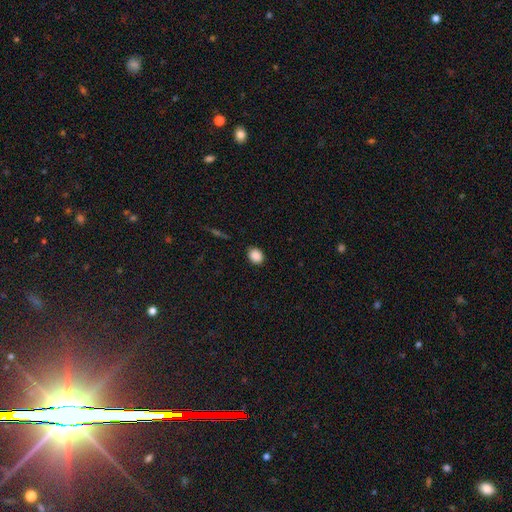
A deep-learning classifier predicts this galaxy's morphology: type=smooth (88%); roundness=round (53%); merging=none (88%).